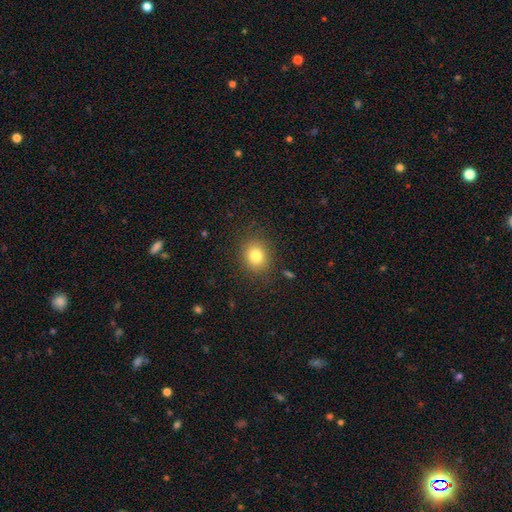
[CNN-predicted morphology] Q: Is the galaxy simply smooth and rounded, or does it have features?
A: smooth — 81%.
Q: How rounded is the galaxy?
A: round — 68%.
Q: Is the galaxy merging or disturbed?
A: none — 86%.